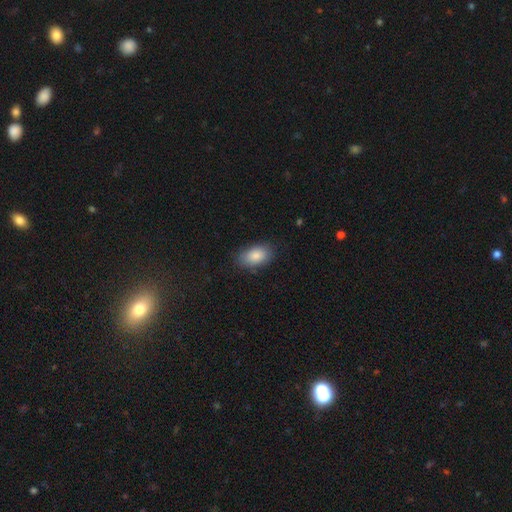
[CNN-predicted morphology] smooth-or-featured: smooth: 85% | featured or disk: 8% | star or artifact: 7%
  how-rounded: in between: 92% | round: 7% | cigar-shaped: 2%
  merging: none: 81% | minor disturbance: 14% | major disturbance: 3% | merger: 1%